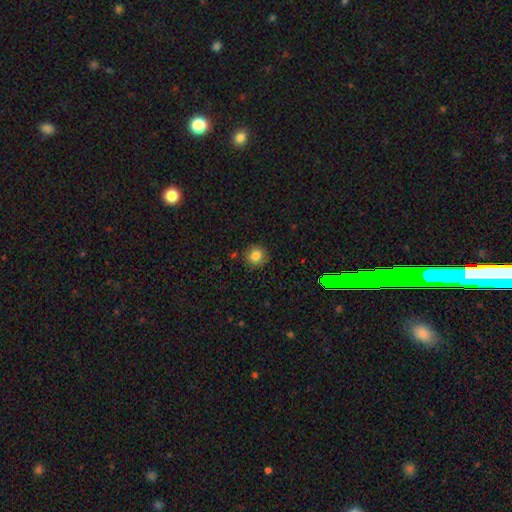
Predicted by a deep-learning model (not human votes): Morphology: type=smooth (82%); roundness=round (92%); merging=none (87%).